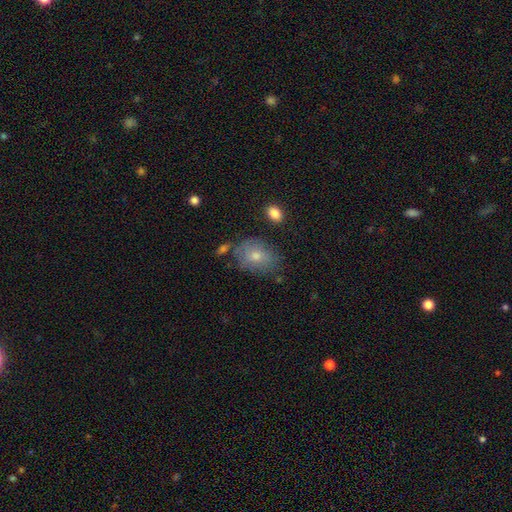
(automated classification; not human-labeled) This is likely a smooth galaxy (63%). How rounded: likely in between (67%). Merging: likely none (69%).